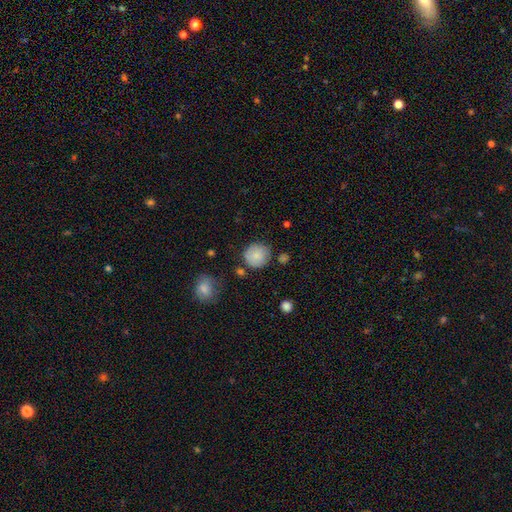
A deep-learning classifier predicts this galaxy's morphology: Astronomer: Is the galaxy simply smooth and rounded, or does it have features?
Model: smooth — 84%.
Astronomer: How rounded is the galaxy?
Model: round — 91%.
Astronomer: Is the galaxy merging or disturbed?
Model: none — 78%.